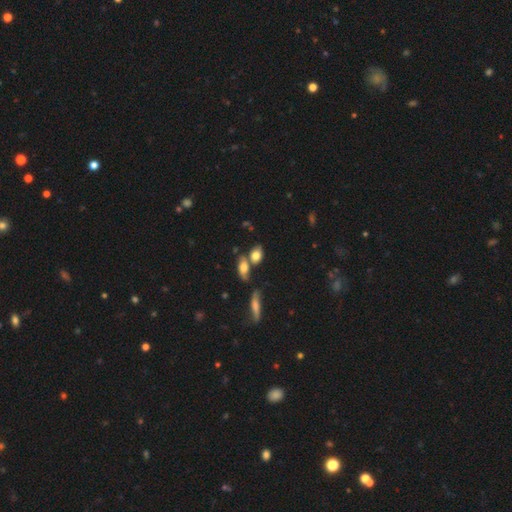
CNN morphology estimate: smooth 75%, featured or disk 15%, star or artifact 10%. Down the decision tree: how rounded — in between (72%); merging — none (48%).